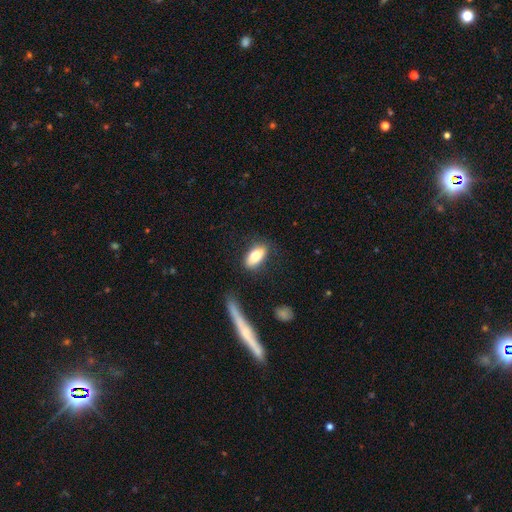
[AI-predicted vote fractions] Smooth or featured: smooth — 81% (featured or disk — 12%)
How rounded: in between — 84% (cigar-shaped — 12%)
Merging: none — 76% (minor disturbance — 15%)